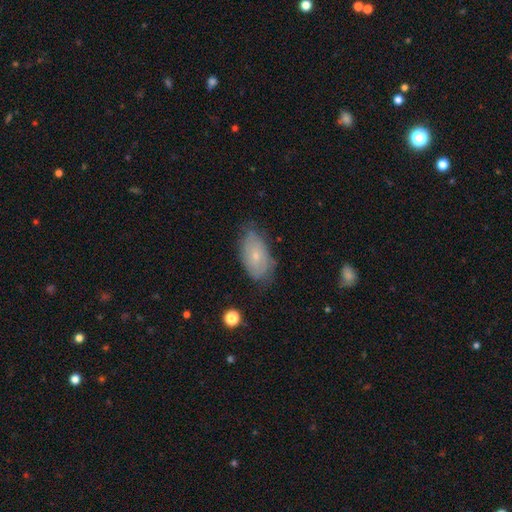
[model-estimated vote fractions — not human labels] Morphology: type=smooth (48%); merging=none (66%).